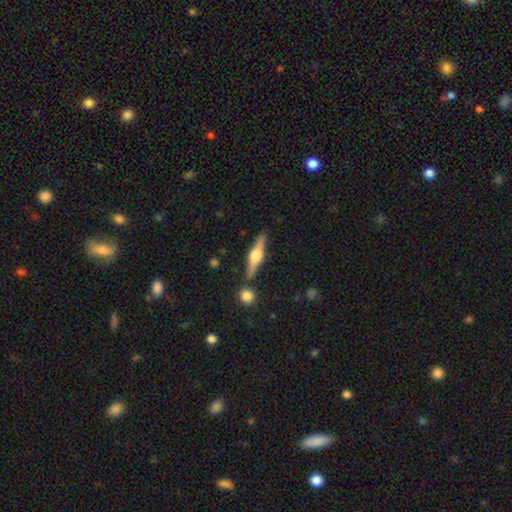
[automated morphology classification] Smooth or featured? featured or disk (71%)
Edge-on disk? yes (97%)
Edge-on bulge? rounded (92%)
Merging? none (84%)